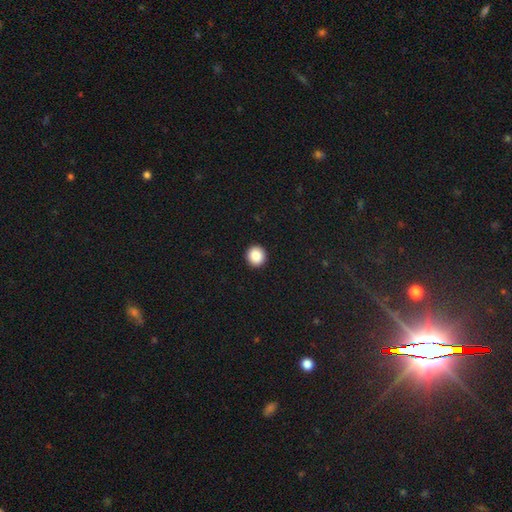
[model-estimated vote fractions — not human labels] This appears to be a smooth galaxy with no disk features (88%) that is round (94%). Merging: none (93%).